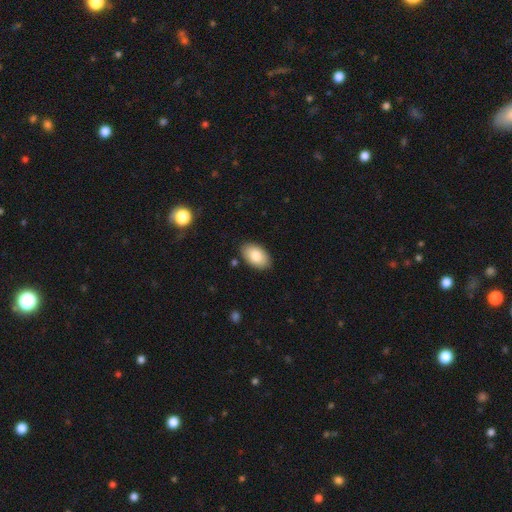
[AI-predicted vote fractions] Smooth or featured? Predicted: smooth (p=0.82). How rounded? Predicted: in between (p=0.93). Merging? Predicted: none (p=0.87).